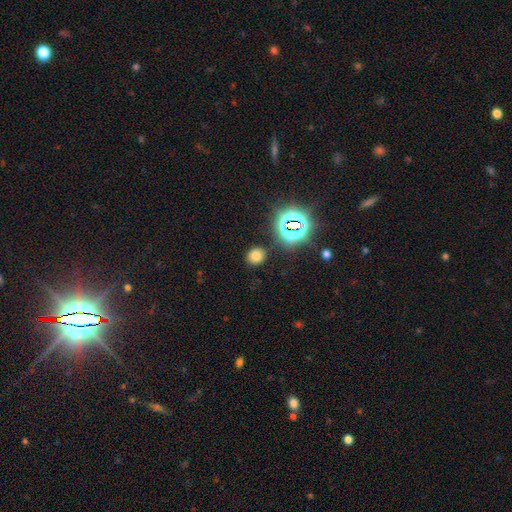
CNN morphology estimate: smooth_or_featured: smooth (p=0.69) [alt: star or artifact p=0.24]
how_rounded: round (p=0.74) [alt: in between p=0.25]
merging: none (p=0.85) [alt: minor disturbance p=0.09]